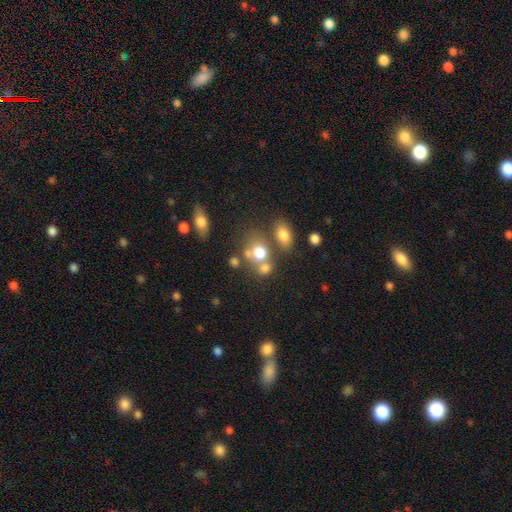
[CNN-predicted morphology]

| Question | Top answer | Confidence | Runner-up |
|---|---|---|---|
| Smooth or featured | smooth | 58% | star or artifact (25%) |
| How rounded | round | 56% | in between (42%) |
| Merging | none | 49% | merger (36%) |